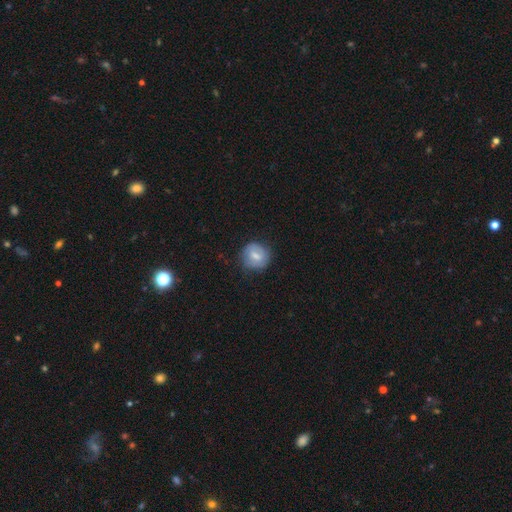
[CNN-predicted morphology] Smooth or featured? Predicted: smooth (p=0.60). How rounded? Predicted: round (p=0.82). Merging? Predicted: none (p=0.75).